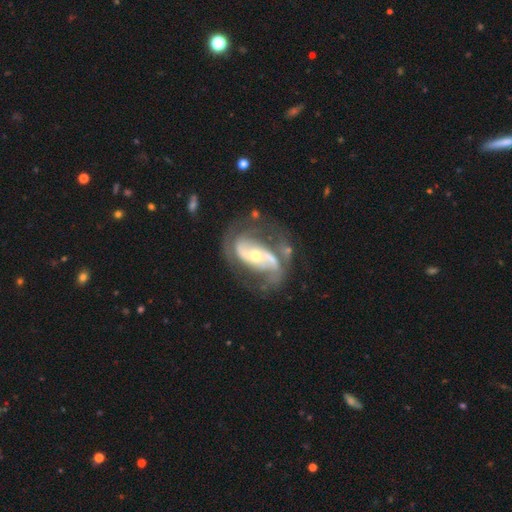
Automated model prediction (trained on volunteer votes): Q: Smooth or featured?
A: featured or disk (87%); runner-up: smooth (7%)
Q: Edge-on disk?
A: no (95%); runner-up: yes (5%)
Q: Bar?
A: strong (38%); runner-up: no (35%)
Q: Spiral arms?
A: yes (92%); runner-up: no (8%)
Q: Spiral winding?
A: medium (45%); runner-up: loose (34%)
Q: Spiral arm count?
A: 2 (84%); runner-up: can't tell (7%)
Q: Bulge size?
A: small (52%); runner-up: moderate (43%)
Q: Merging?
A: none (56%); runner-up: minor disturbance (18%)